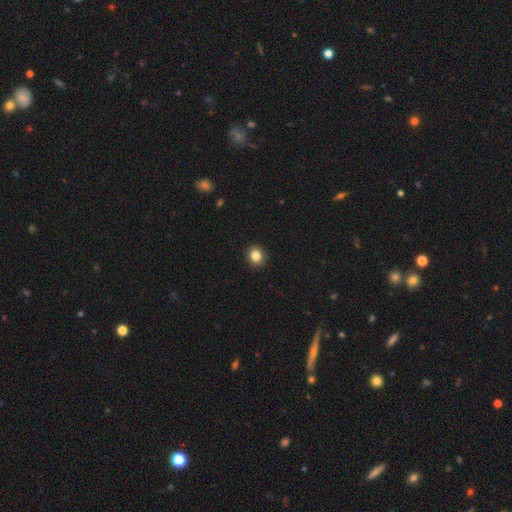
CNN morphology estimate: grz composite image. It shows a smooth galaxy with no disk features (85%) that is round (72%). Merging: none (92%).